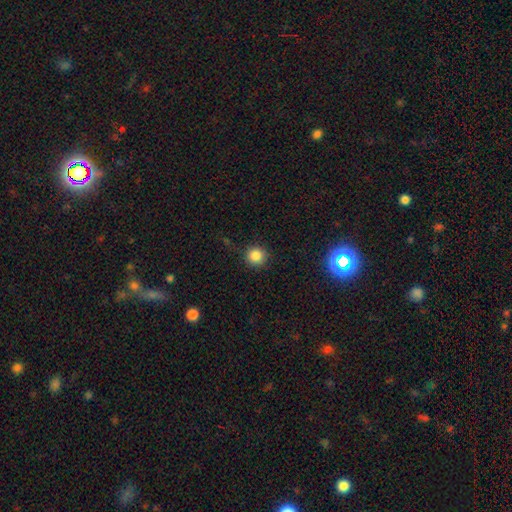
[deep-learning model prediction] Smooth or featured? Predicted: smooth (p=0.85). How rounded? Predicted: round (p=0.94). Merging? Predicted: none (p=0.88).